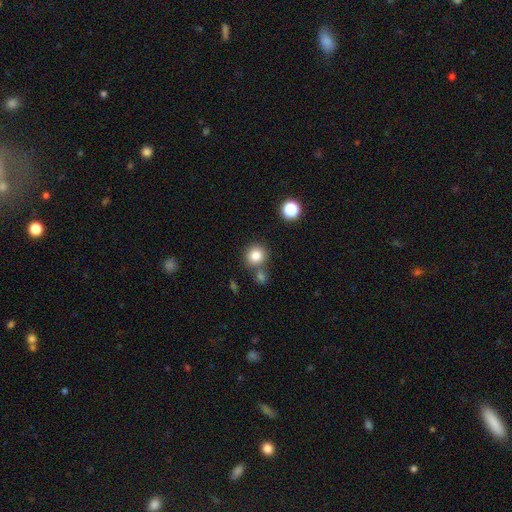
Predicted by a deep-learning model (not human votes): smooth 83%, star or artifact 11%, featured or disk 6%. Down the decision tree: how rounded — round (89%); merging — none (70%).